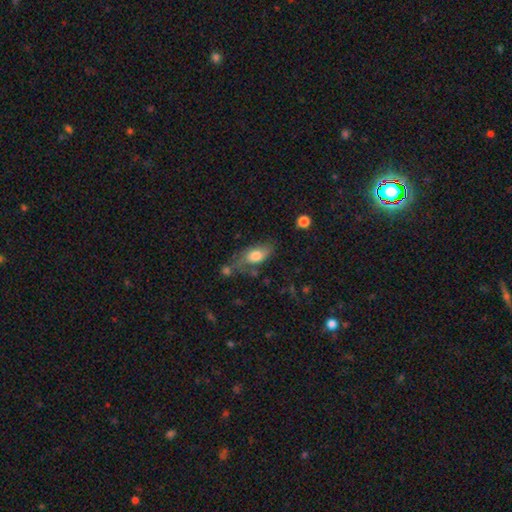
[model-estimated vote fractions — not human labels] smooth_or_featured: smooth (p=0.69) [alt: featured or disk p=0.23]
how_rounded: in between (p=0.87) [alt: cigar-shaped p=0.07]
merging: none (p=0.46) [alt: minor disturbance p=0.27]